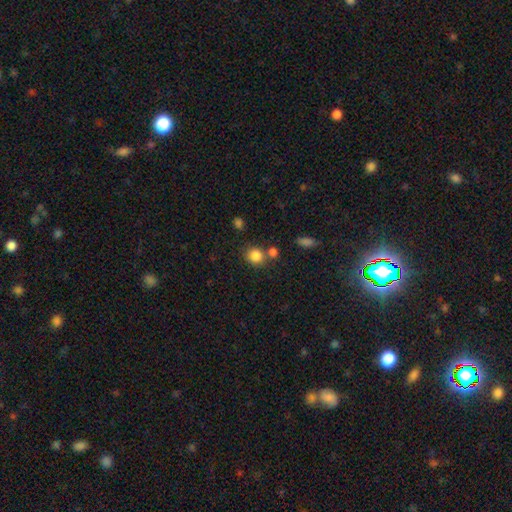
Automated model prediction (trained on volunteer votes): Morphology: type=smooth (85%); roundness=round (77%); merging=none (66%).